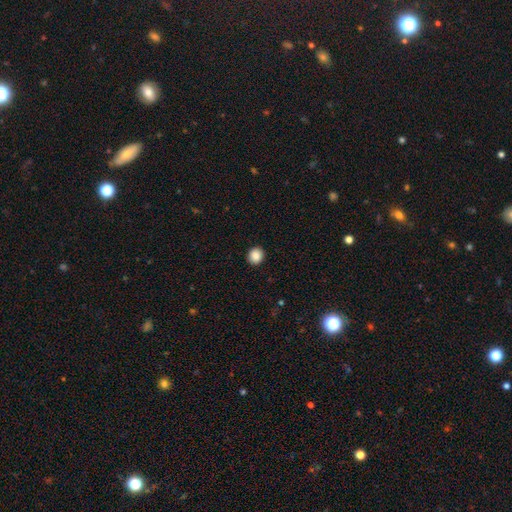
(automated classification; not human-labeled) Overall: smooth (88%). How rounded: round (88%). Merging: none (92%).